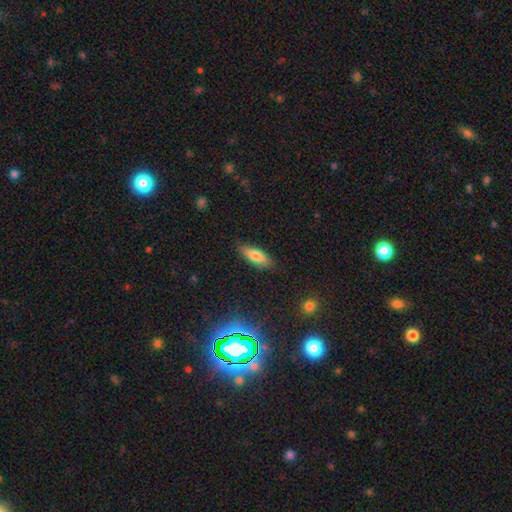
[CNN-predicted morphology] The model was most divided on "how rounded": in between: 58%, cigar-shaped: 40%, round: 2%. More confident: merging — none (85%); smooth or featured — smooth (74%).